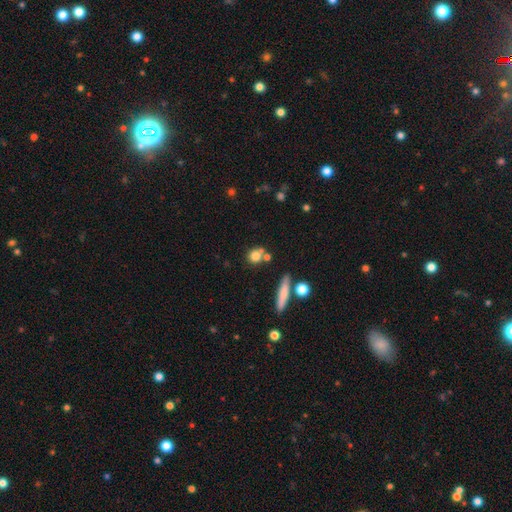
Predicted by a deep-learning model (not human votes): Q: Smooth or featured?
A: smooth (77%); runner-up: featured or disk (12%)
Q: How rounded?
A: round (79%); runner-up: in between (15%)
Q: Merging?
A: none (62%); runner-up: merger (24%)